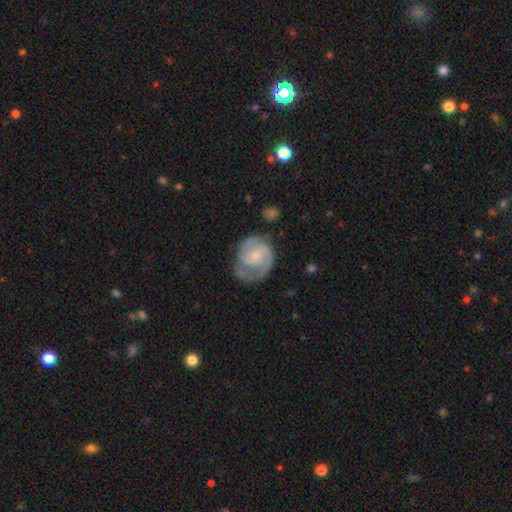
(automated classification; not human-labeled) Smooth or featured? featured or disk (80%)
Edge-on disk? no (98%)
Bar? no (48%)
Spiral arms? yes (95%)
Spiral winding? medium (48%)
Spiral arm count? 2 (71%)
Bulge size? small (66%)
Merging? none (60%)